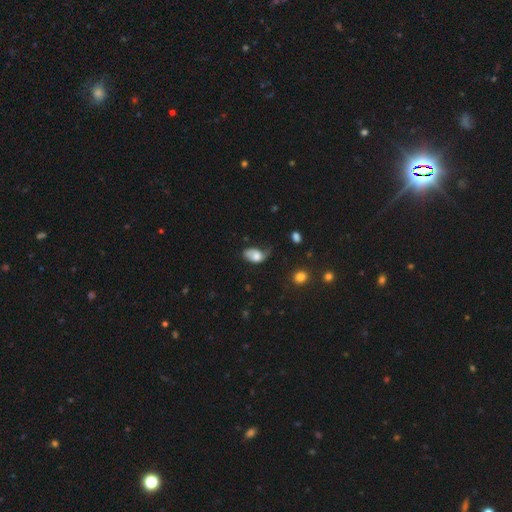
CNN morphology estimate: smooth 59%, featured or disk 33%, star or artifact 8%. Down the decision tree: how rounded — in between (86%); merging — major disturbance (37%).